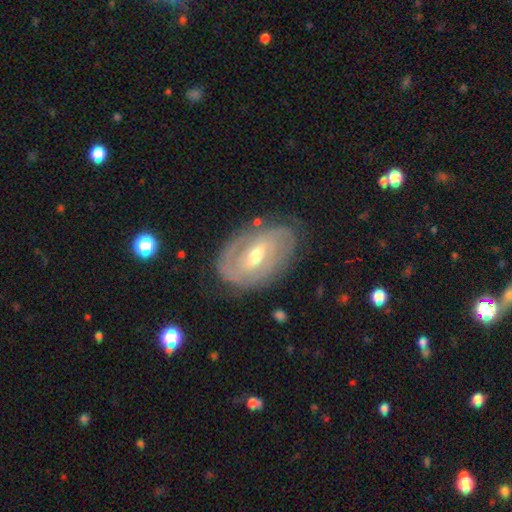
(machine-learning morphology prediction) Q: Smooth or featured?
A: featured or disk (81%); runner-up: smooth (13%)
Q: Edge-on disk?
A: no (95%); runner-up: yes (5%)
Q: Bar?
A: weak (49%); runner-up: strong (27%)
Q: Spiral arms?
A: yes (86%); runner-up: no (14%)
Q: Spiral winding?
A: tight (62%); runner-up: medium (29%)
Q: Spiral arm count?
A: 2 (51%); runner-up: can't tell (28%)
Q: Bulge size?
A: moderate (63%); runner-up: small (33%)
Q: Merging?
A: none (75%); runner-up: minor disturbance (18%)